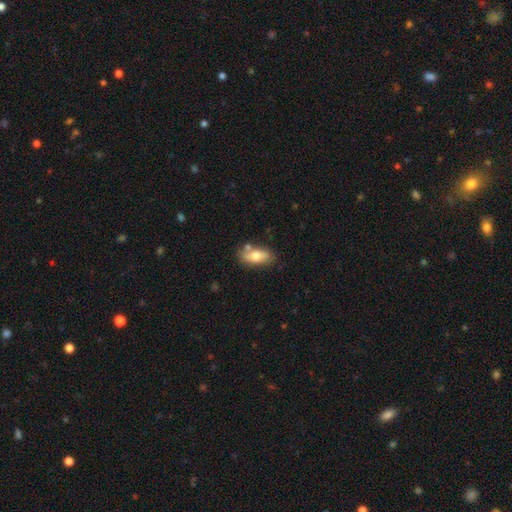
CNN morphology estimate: smooth_or_featured: smooth (p=0.69) [alt: featured or disk p=0.25]
how_rounded: in between (p=0.85) [alt: cigar-shaped p=0.10]
merging: none (p=0.69) [alt: minor disturbance p=0.17]